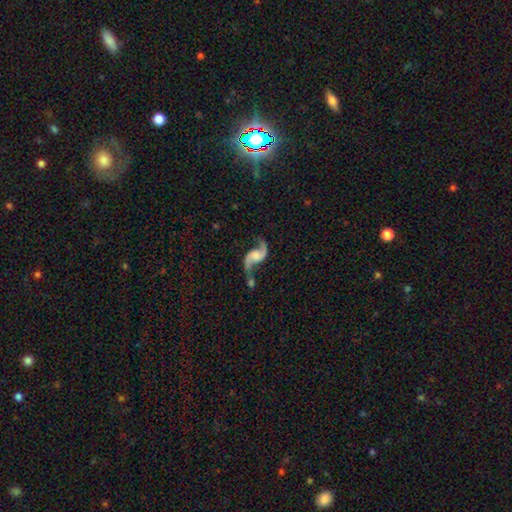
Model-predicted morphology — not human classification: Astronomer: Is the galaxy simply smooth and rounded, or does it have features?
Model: featured or disk — 89%.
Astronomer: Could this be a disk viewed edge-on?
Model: no — 97%.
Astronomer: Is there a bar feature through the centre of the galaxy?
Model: no — 57% (runner-up: weak, 34%).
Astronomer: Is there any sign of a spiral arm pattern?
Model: yes — 96%.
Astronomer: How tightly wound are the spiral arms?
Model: loose — 77%.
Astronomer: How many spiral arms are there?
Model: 2 — 93%.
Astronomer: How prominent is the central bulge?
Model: moderate — 40% (runner-up: small, 36%).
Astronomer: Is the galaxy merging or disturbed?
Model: none — 52%.